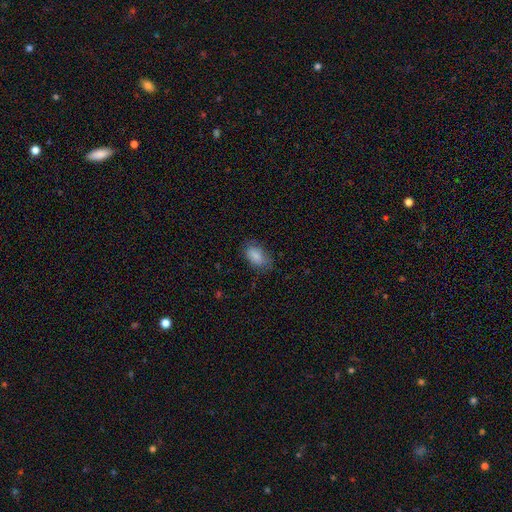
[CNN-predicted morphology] Smooth or featured? Predicted: smooth (p=0.86). How rounded? Predicted: in between (p=0.92). Merging? Predicted: none (p=0.69).